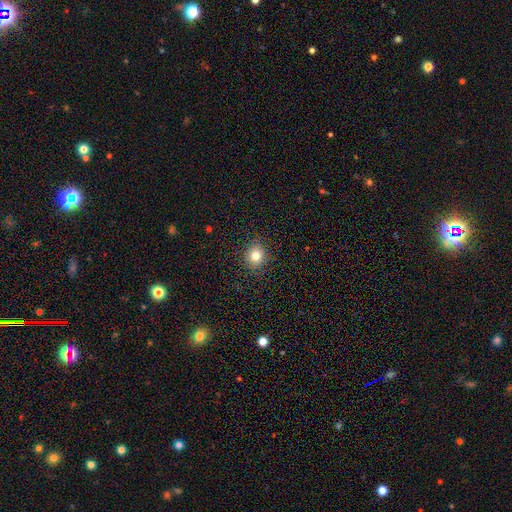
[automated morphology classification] Q: Smooth or featured?
A: smooth (80%); runner-up: star or artifact (13%)
Q: How rounded?
A: round (85%); runner-up: in between (14%)
Q: Merging?
A: none (89%); runner-up: minor disturbance (8%)